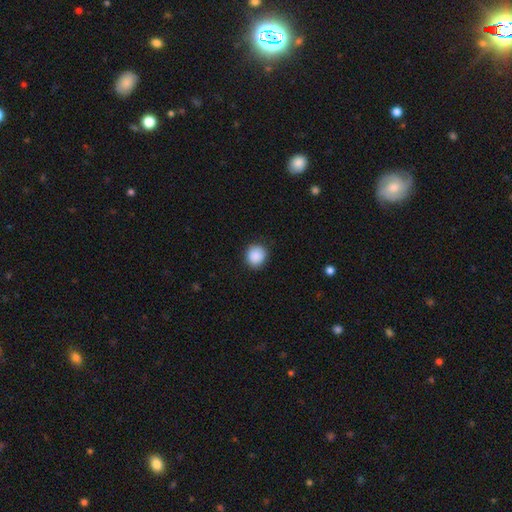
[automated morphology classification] A smooth galaxy with no disk features (89%) that is round (87%). Merging: none (88%).